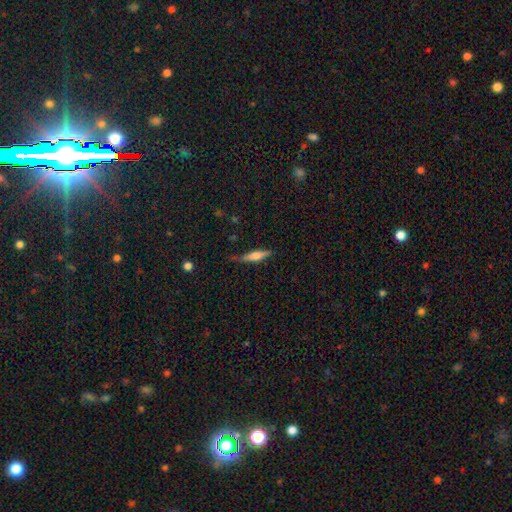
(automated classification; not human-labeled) Overall: featured or disk (48%; smooth 45%). Merging: none (74%).